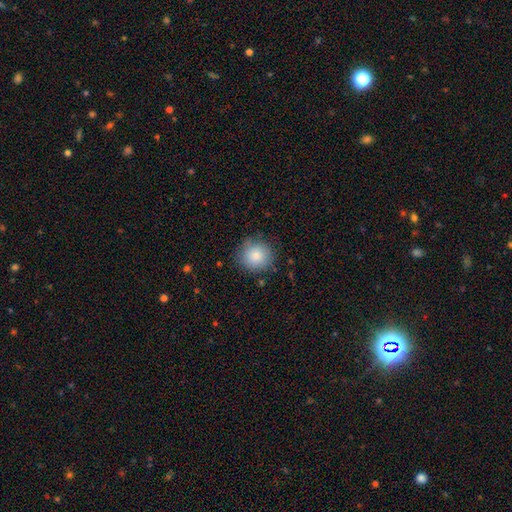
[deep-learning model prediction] smooth-or-featured: smooth: 84% | star or artifact: 9% | featured or disk: 7%
  how-rounded: round: 92% | in between: 7% | cigar-shaped: 1%
  merging: none: 83% | minor disturbance: 12% | major disturbance: 3% | merger: 2%